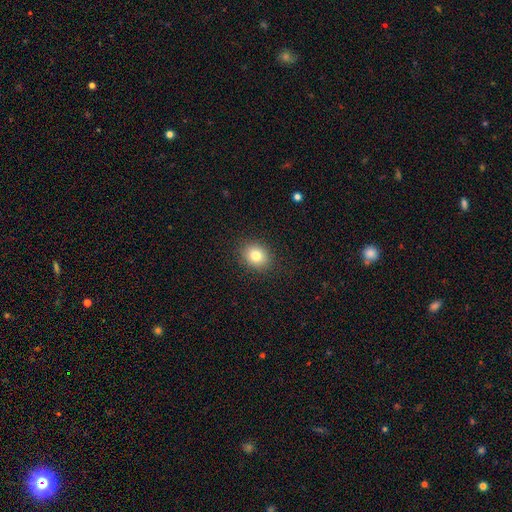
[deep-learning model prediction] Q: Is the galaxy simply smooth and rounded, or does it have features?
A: smooth — 80%.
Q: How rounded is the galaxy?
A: round — 60%.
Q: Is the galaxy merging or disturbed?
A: none — 88%.